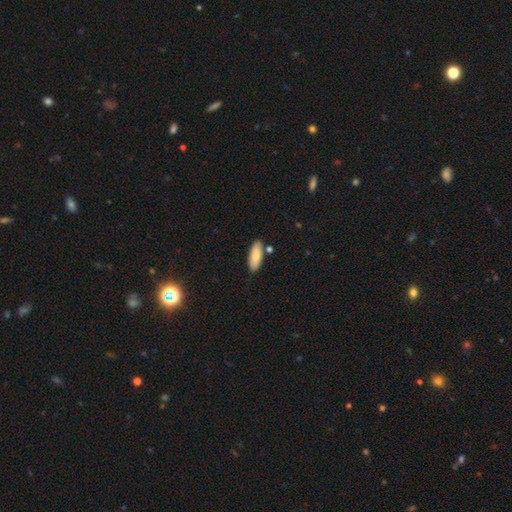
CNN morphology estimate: Overall: smooth (82%). How rounded: in between (73%). Merging: none (82%).